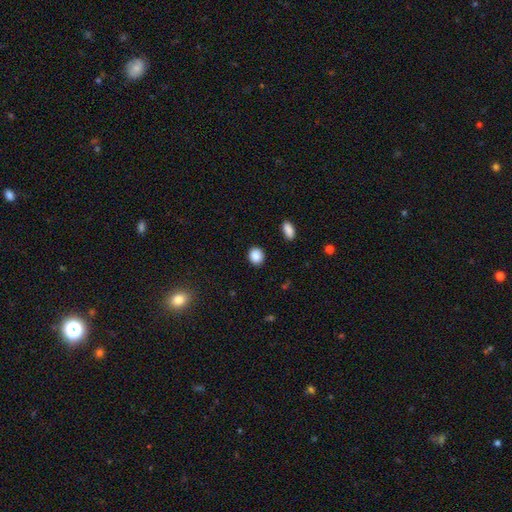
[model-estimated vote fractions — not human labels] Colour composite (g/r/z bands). It shows a smooth galaxy with no disk features (88%) that is round (72%). Merging: none (89%).